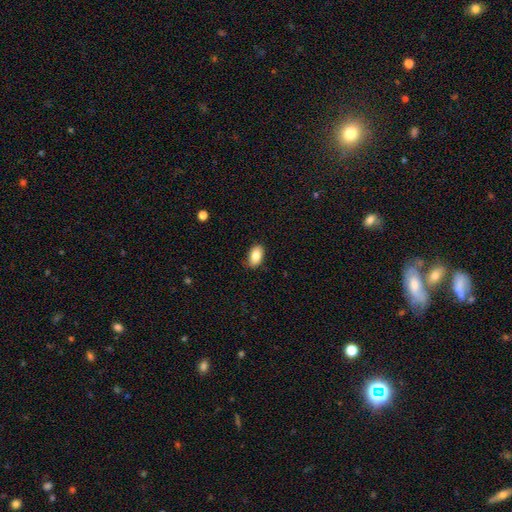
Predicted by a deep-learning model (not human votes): Smooth or featured?
  - smooth: 84% *
  - featured or disk: 8%
  - star or artifact: 7%
How rounded?
  - in between: 92% *
  - round: 6%
  - cigar-shaped: 2%
Merging?
  - none: 84% *
  - minor disturbance: 13%
  - major disturbance: 2%
  - merger: 1%